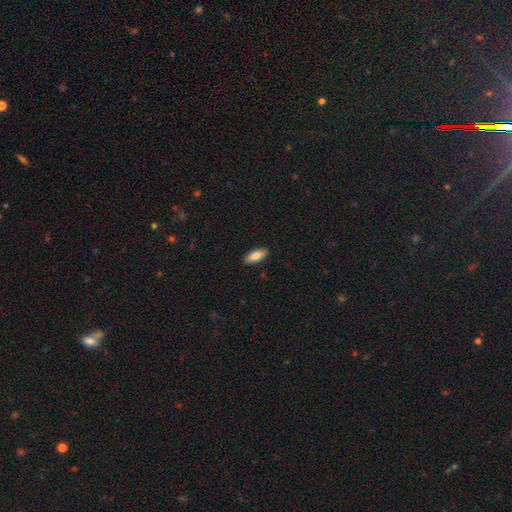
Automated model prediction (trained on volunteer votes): Morphology: type=smooth (82%); roundness=in between (79%); merging=none (90%).